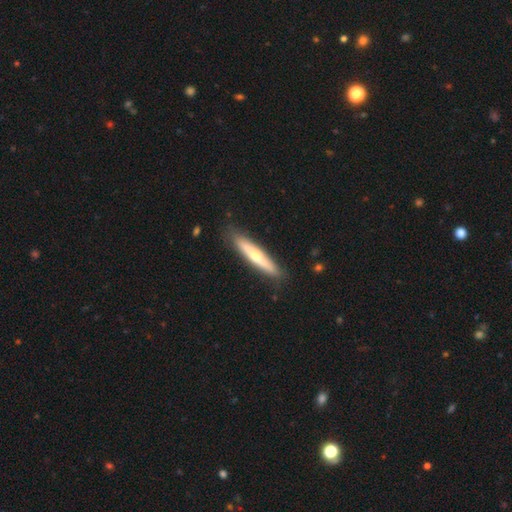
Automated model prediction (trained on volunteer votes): smooth_or_featured: featured or disk (p=0.54) [alt: smooth p=0.41]
disk_edge_on: yes (p=0.89) [alt: no p=0.11]
merging: none (p=0.87) [alt: minor disturbance p=0.10]